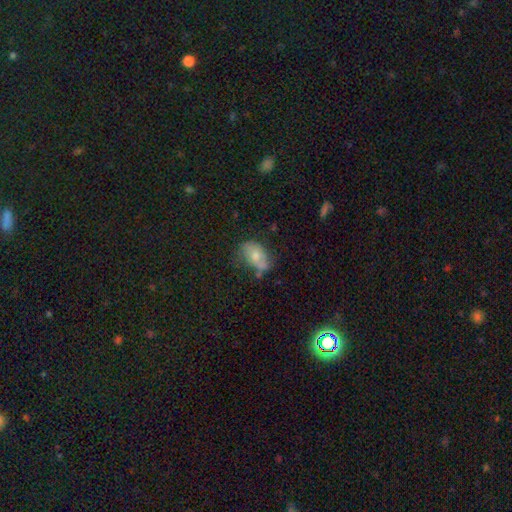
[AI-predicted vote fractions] This is possibly a smooth galaxy (57%). How rounded: clearly in between (86%). Merging: possibly none (51%).